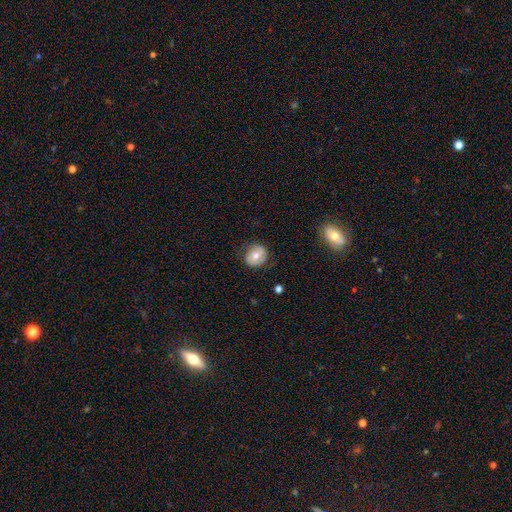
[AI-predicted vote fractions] Smooth or featured? smooth (61%)
How rounded? round (80%)
Merging? none (77%)